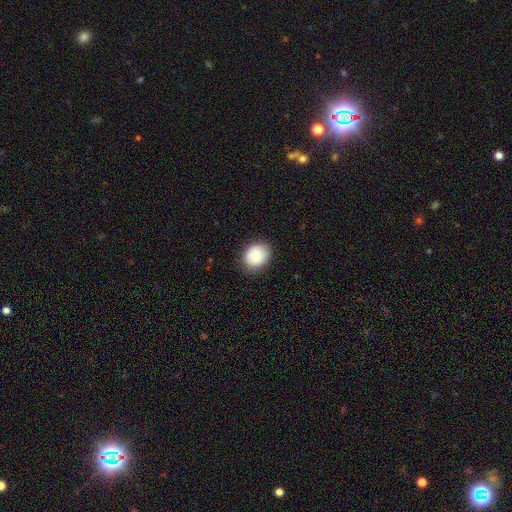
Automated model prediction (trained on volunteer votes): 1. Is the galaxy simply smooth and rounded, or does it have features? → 82% smooth, 10% featured or disk, 8% star or artifact.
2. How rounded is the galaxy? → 62% round, 37% in between, 1% cigar-shaped.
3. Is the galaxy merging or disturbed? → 85% none, 12% minor disturbance, 3% major disturbance, 1% merger.